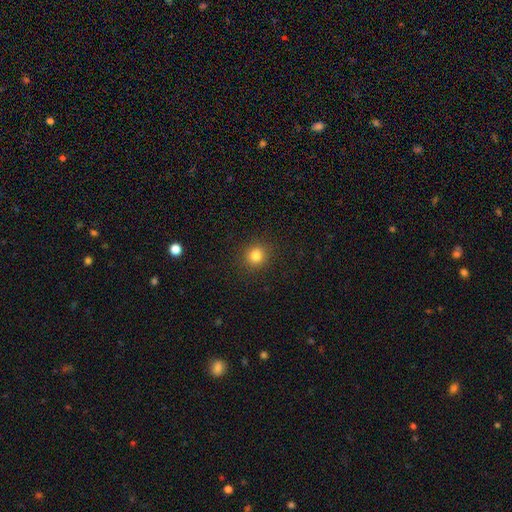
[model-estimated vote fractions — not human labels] This appears to be a smooth galaxy with no disk features (81%) that is round (91%). Merging: none (91%).